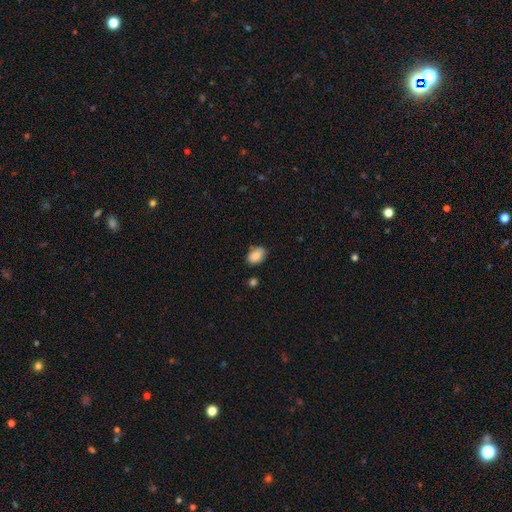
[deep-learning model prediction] Q: Smooth or featured?
A: smooth (87%); runner-up: star or artifact (8%)
Q: How rounded?
A: in between (84%); runner-up: round (15%)
Q: Merging?
A: none (77%); runner-up: minor disturbance (17%)